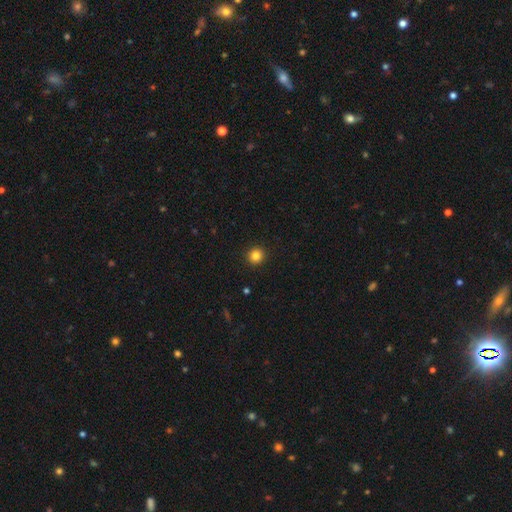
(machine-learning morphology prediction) smooth-or-featured: smooth: 83% | star or artifact: 12% | featured or disk: 5%
  how-rounded: round: 94% | in between: 5% | cigar-shaped: 1%
  merging: none: 93% | minor disturbance: 4% | major disturbance: 2% | merger: 1%